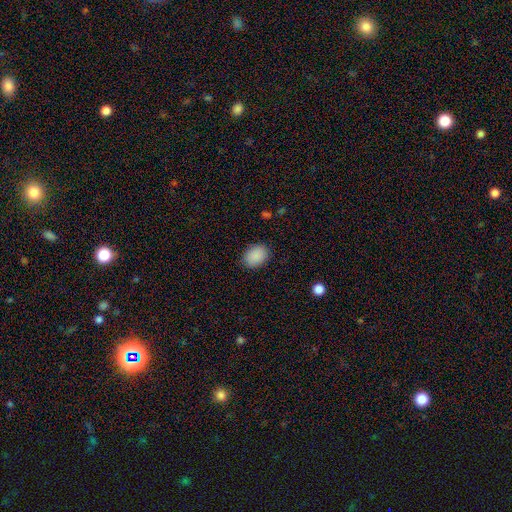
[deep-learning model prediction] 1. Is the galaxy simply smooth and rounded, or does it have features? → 90% smooth, 7% star or artifact, 3% featured or disk.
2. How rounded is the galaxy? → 74% in between, 25% round, 1% cigar-shaped.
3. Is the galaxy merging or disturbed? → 87% none, 9% minor disturbance, 3% major disturbance, 1% merger.